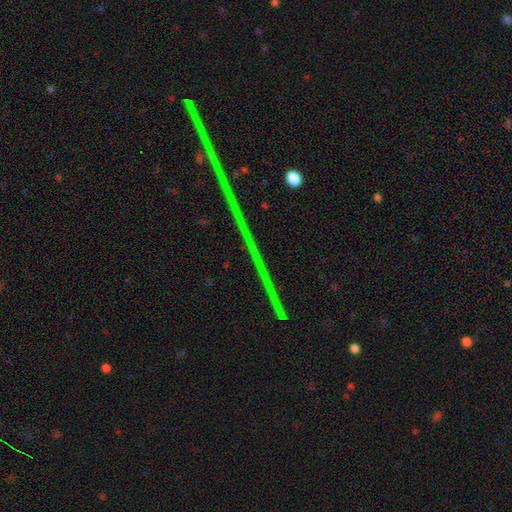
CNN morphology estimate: smooth_or_featured: star or artifact (p=0.82) [alt: featured or disk p=0.11]